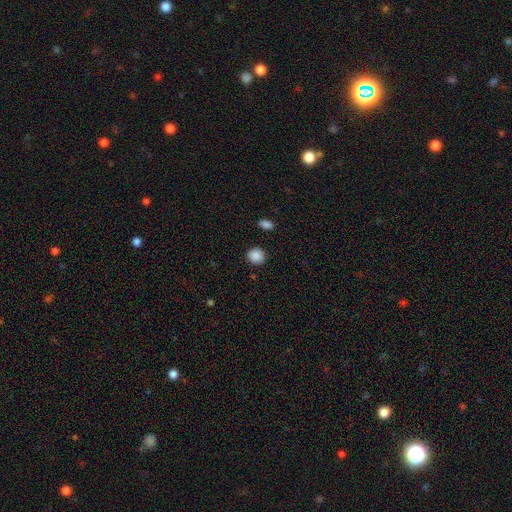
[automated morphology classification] A smooth galaxy with no disk features (89%) that is round (86%). Merging: none (89%).